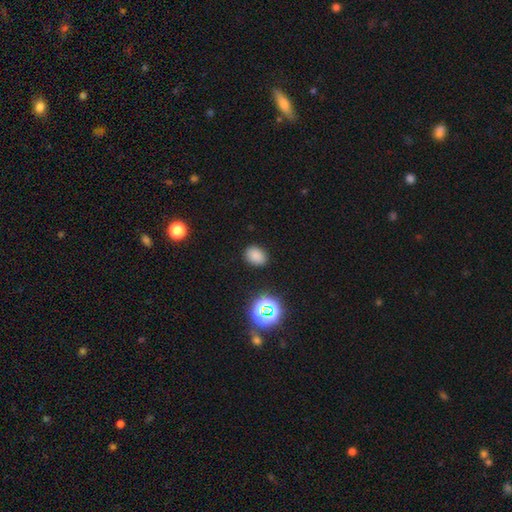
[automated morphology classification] smooth-or-featured: smooth: 80% | star or artifact: 16% | featured or disk: 4%
  how-rounded: in between: 66% | round: 33% | cigar-shaped: 1%
  merging: none: 86% | minor disturbance: 10% | major disturbance: 3% | merger: 1%